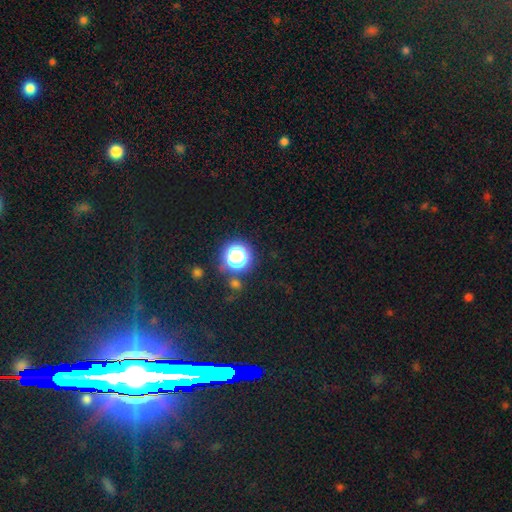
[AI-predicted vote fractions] smooth-or-featured: star or artifact: 77% | featured or disk: 13% | smooth: 10%